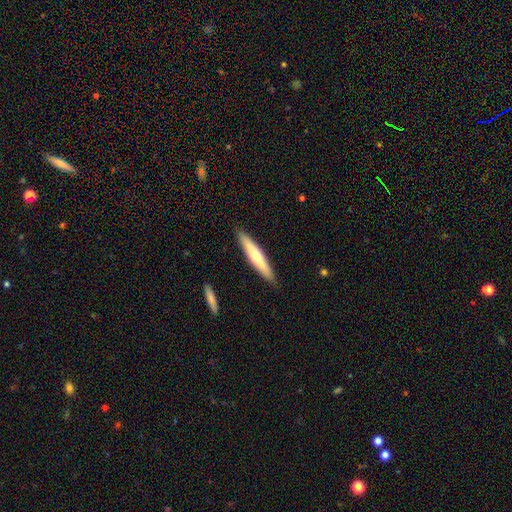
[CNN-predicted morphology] This is possibly a smooth galaxy (47%, tied with featured or disk). Merging: clearly none (90%).